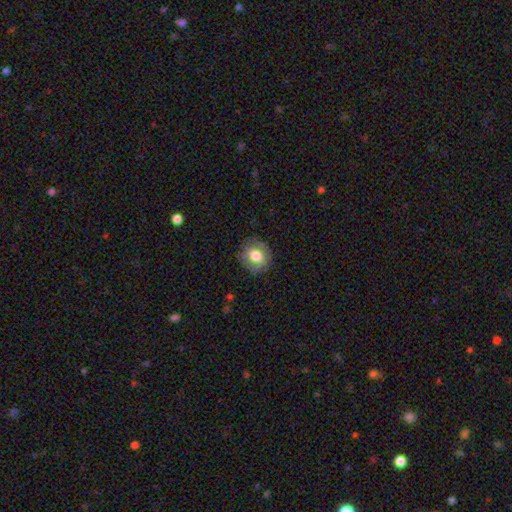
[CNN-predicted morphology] type=smooth (76%); roundness=round (80%); merging=none (82%).